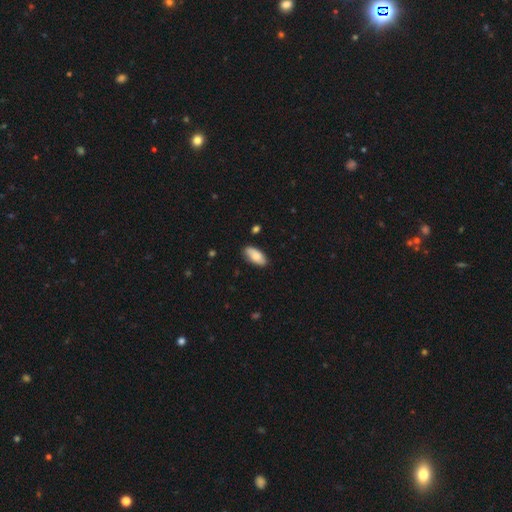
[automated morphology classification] The model was most divided on "merging": none: 81%, minor disturbance: 15%, major disturbance: 2%, merger: 2%. More confident: how rounded — in between (90%); smooth or featured — smooth (82%).